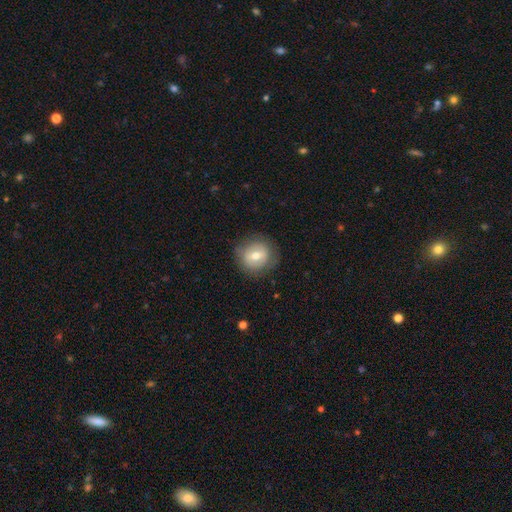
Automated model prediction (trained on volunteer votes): This appears to be a smooth galaxy with no disk features (59%) that is round (85%). Merging: none (81%).